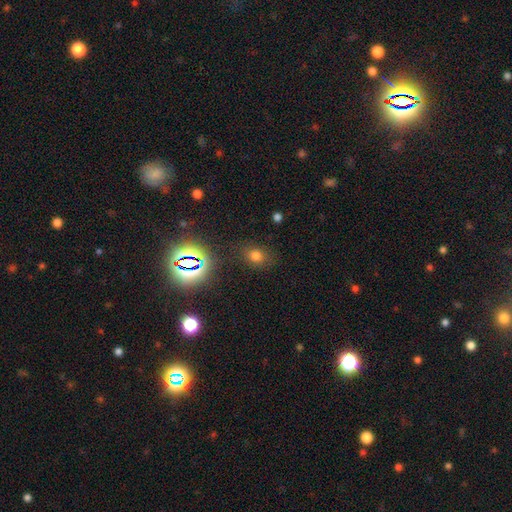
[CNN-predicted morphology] Smooth or featured?
  - smooth: 68% *
  - star or artifact: 24%
  - featured or disk: 8%
How rounded?
  - in between: 49% * (tied)
  - round: 49% * (tied)
  - cigar-shaped: 1%
Merging?
  - none: 80% *
  - minor disturbance: 12%
  - major disturbance: 5%
  - merger: 2%